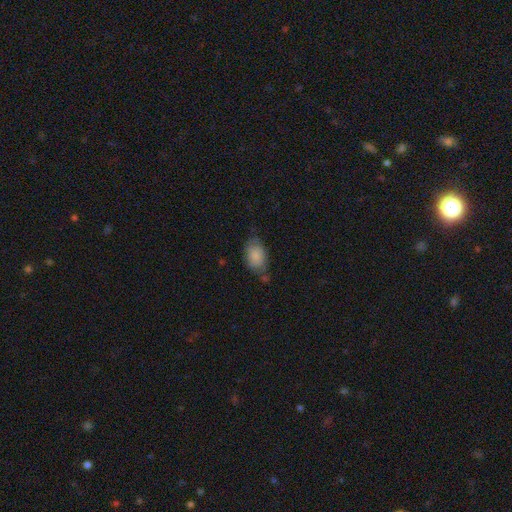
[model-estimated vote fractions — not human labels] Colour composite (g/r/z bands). It shows a smooth galaxy with no disk features (82%) that is in between round and cigar-shaped (87%). Merging: none (56%).